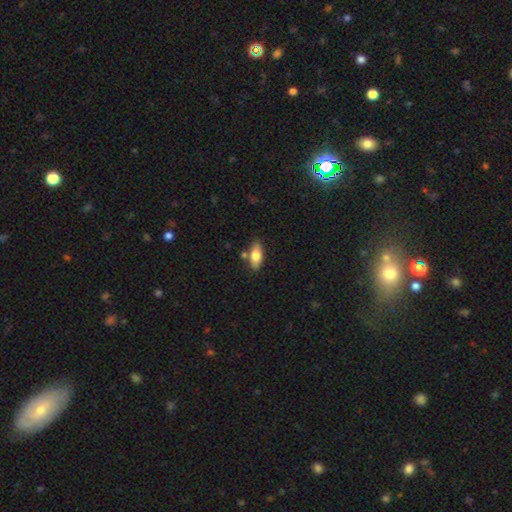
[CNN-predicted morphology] Smooth or featured: smooth — 75% (featured or disk — 19%)
How rounded: in between — 86% (cigar-shaped — 11%)
Merging: none — 76% (minor disturbance — 14%)